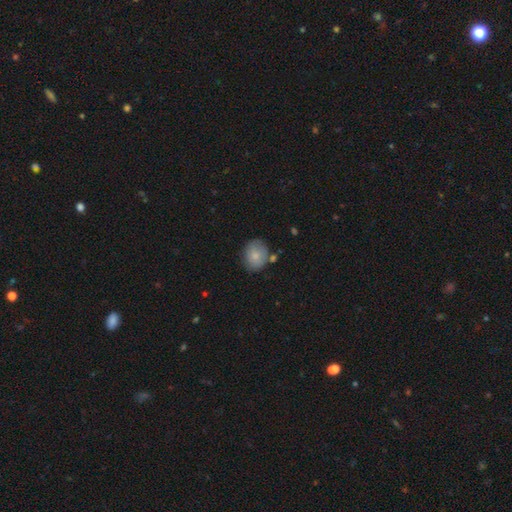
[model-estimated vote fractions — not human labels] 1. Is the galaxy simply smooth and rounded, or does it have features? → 81% smooth, 12% featured or disk, 7% star or artifact.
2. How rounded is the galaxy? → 56% round, 43% in between, 1% cigar-shaped.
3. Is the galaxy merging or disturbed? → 72% none, 17% minor disturbance, 6% merger, 4% major disturbance.